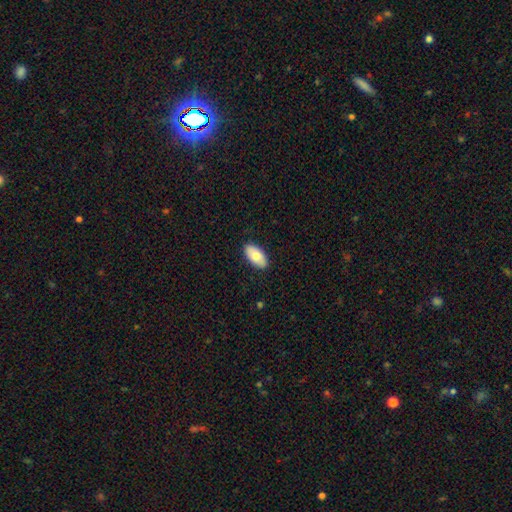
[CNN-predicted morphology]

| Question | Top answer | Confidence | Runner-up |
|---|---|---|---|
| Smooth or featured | smooth | 75% | featured or disk (19%) |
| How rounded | in between | 94% | cigar-shaped (3%) |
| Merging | none | 88% | minor disturbance (9%) |